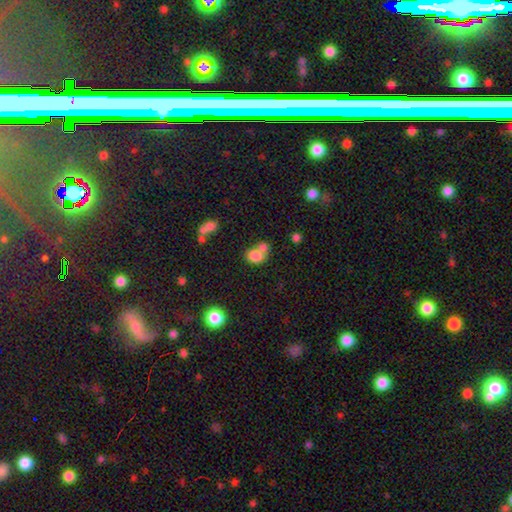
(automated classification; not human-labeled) smooth 79%, star or artifact 11%, featured or disk 10%. Down the decision tree: how rounded — round (52%); merging — merger (54%).